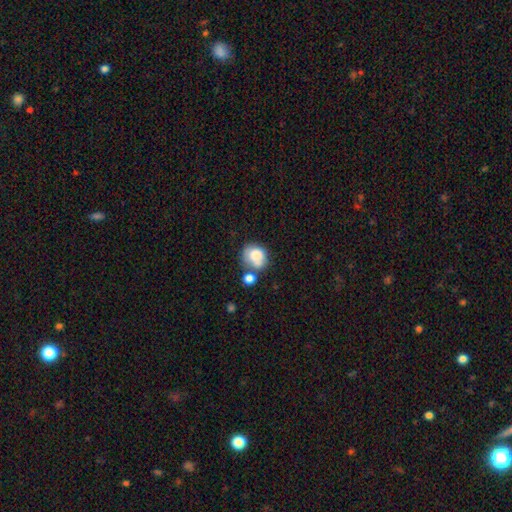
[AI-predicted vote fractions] This is likely a smooth galaxy (75%). How rounded: likely round (65%). Merging: marginally none (38%).